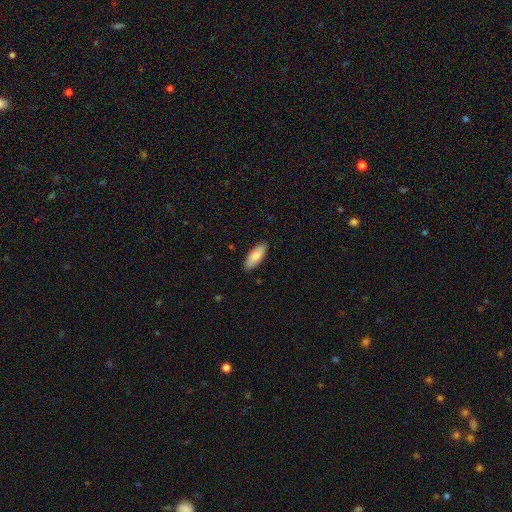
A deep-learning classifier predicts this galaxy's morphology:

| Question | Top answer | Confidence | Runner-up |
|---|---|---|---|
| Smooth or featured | smooth | 84% | featured or disk (10%) |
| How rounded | in between | 74% | cigar-shaped (24%) |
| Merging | none | 88% | minor disturbance (9%) |